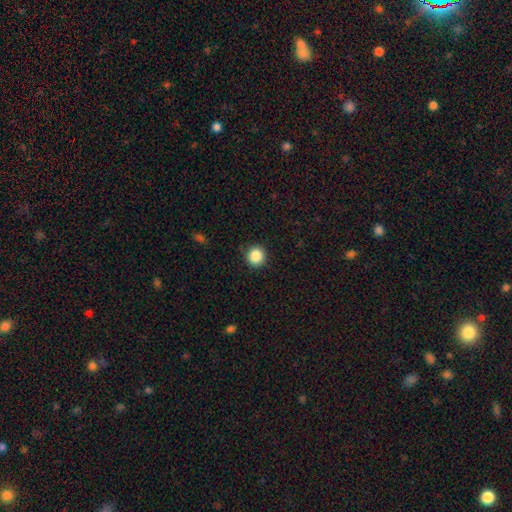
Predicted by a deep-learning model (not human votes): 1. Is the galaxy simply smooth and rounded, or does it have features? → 86% smooth, 10% star or artifact, 4% featured or disk.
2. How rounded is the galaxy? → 92% round, 7% in between, 1% cigar-shaped.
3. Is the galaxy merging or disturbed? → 89% none, 7% minor disturbance, 2% major disturbance, 1% merger.